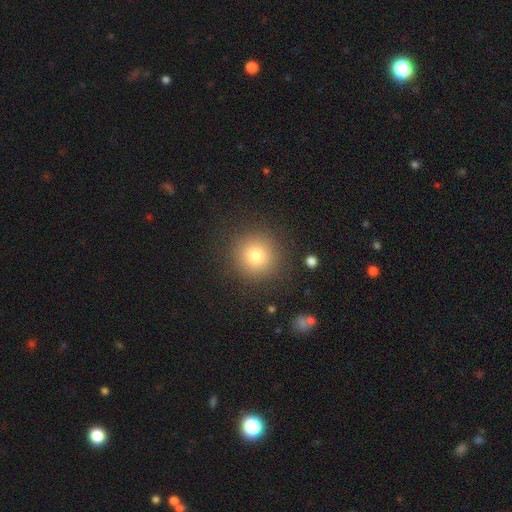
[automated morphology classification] Smooth or featured?
  - smooth: 79% *
  - star or artifact: 12%
  - featured or disk: 9%
How rounded?
  - round: 94% *
  - in between: 5%
  - cigar-shaped: 1%
Merging?
  - none: 88% *
  - minor disturbance: 7%
  - major disturbance: 3%
  - merger: 1%